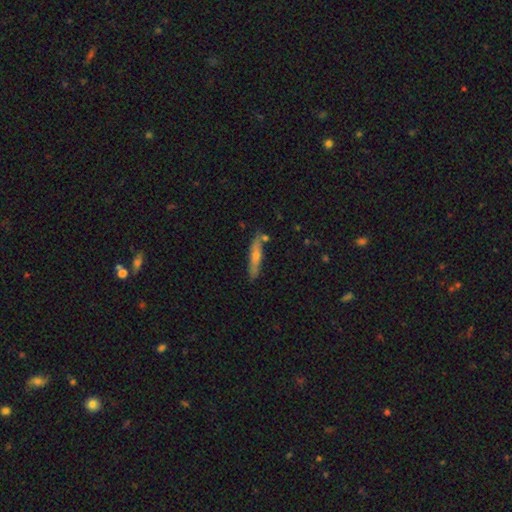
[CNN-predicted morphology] Smooth or featured? smooth (50%)
How rounded? cigar-shaped (90%)
Merging? none (80%)